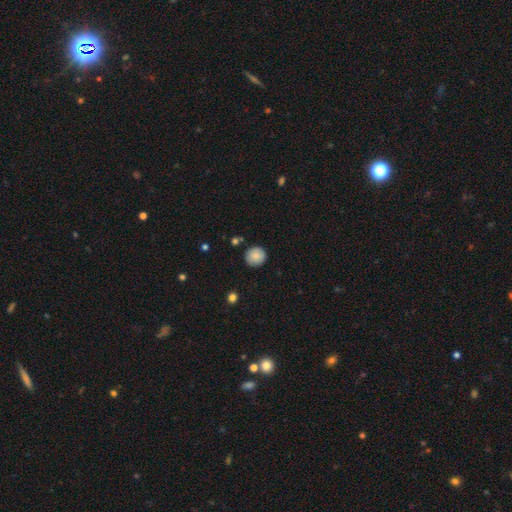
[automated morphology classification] The model was most divided on "merging": none: 87%, minor disturbance: 9%, merger: 2%, major disturbance: 2%. More confident: how rounded — round (92%); smooth or featured — smooth (85%).